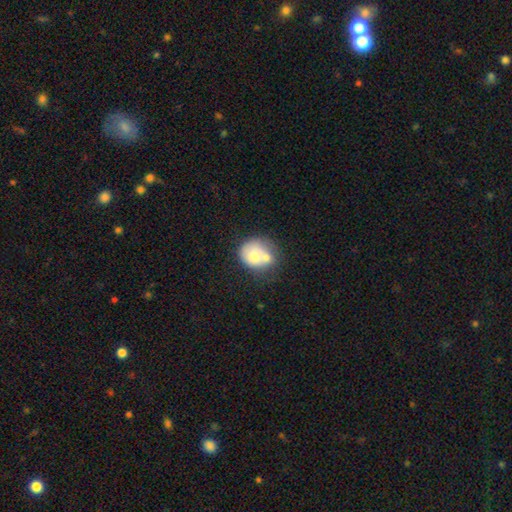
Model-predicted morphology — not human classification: type=smooth (69%); roundness=round (64%); merging=merger (45%).